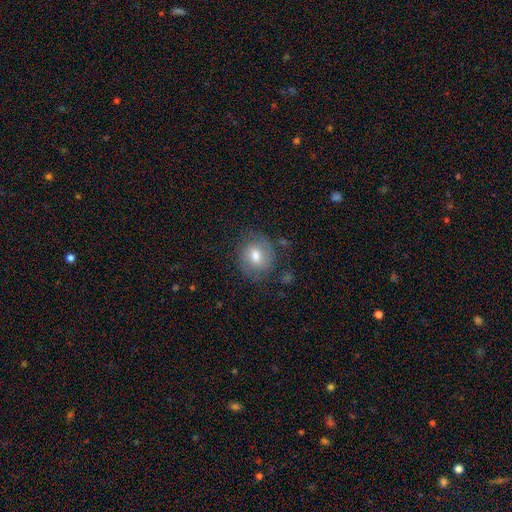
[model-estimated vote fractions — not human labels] Morphology: type=smooth (67%); roundness=round (71%); merging=none (74%).